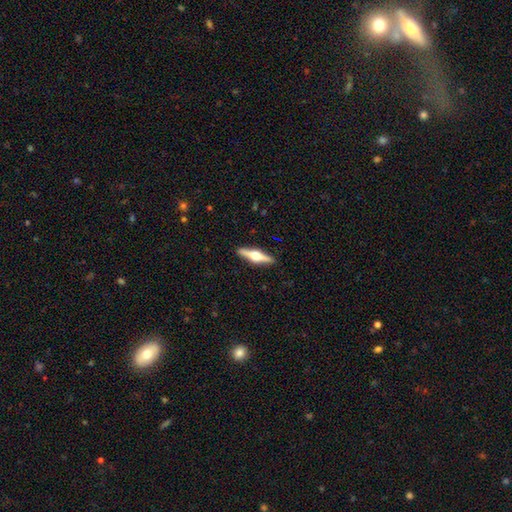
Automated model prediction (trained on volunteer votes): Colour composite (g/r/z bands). It shows a featured or disk galaxy (73%) viewed edge-on (98%) with a rounded central bulge (95%). Merging: none (91%).